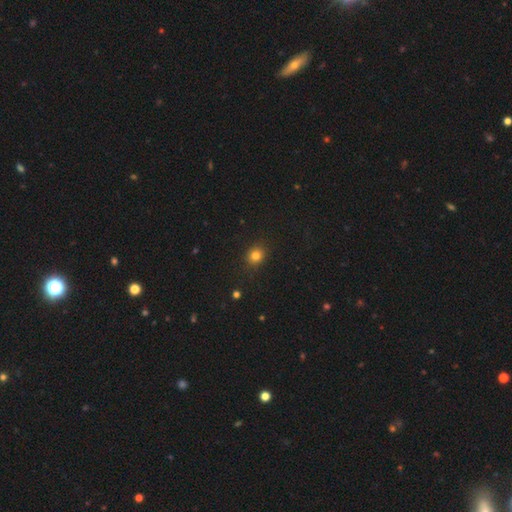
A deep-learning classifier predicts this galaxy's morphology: Smooth or featured? Predicted: smooth (p=0.81). How rounded? Predicted: round (p=0.76). Merging? Predicted: none (p=0.89).